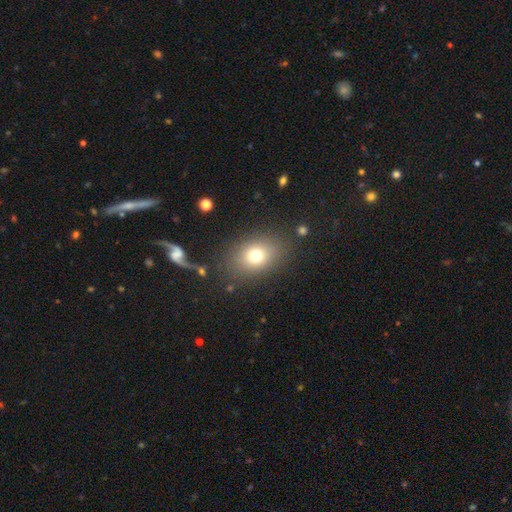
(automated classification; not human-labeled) This appears to be a smooth galaxy with no disk features (74%) that is in between round and cigar-shaped (66%). Merging: none (82%).